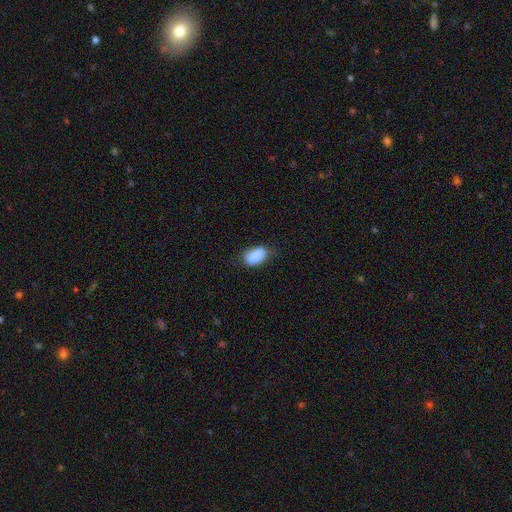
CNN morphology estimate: Smooth or featured? smooth (89%)
How rounded? in between (92%)
Merging? none (73%)